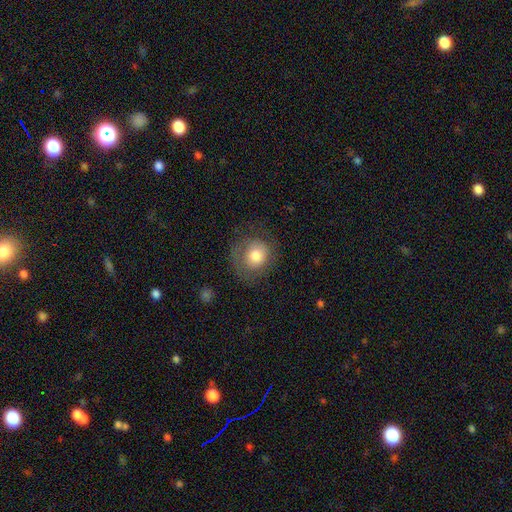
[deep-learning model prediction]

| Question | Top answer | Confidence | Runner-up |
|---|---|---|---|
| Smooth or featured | smooth | 71% | featured or disk (20%) |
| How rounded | round | 81% | in between (18%) |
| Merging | none | 63% | minor disturbance (20%) |